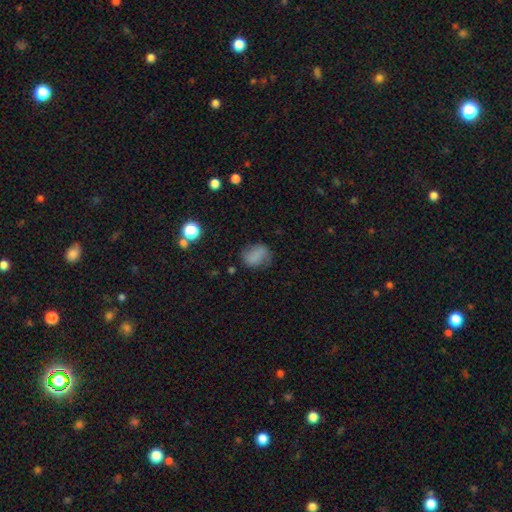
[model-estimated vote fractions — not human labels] Overall: smooth (76%). How rounded: in between (64%; round 34%). Merging: none (65%).